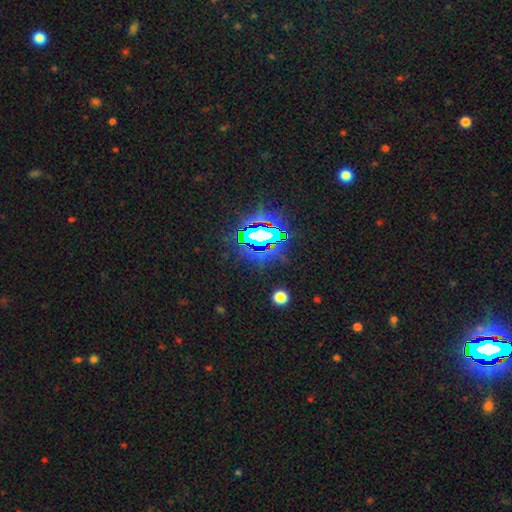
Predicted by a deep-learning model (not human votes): smooth_or_featured: star or artifact (p=0.83) [alt: smooth p=0.10]